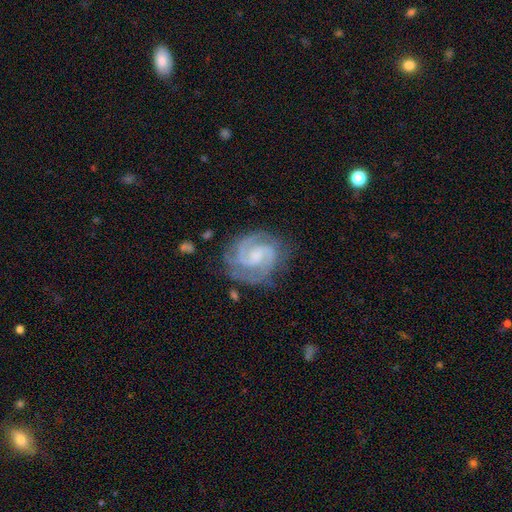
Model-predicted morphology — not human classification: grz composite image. It shows a featured or disk galaxy (89%) with a weak bar (46%), 2 (77%) tight (49%) spiral arms (98%) and a small central bulge (39%). Merging: none (75%).